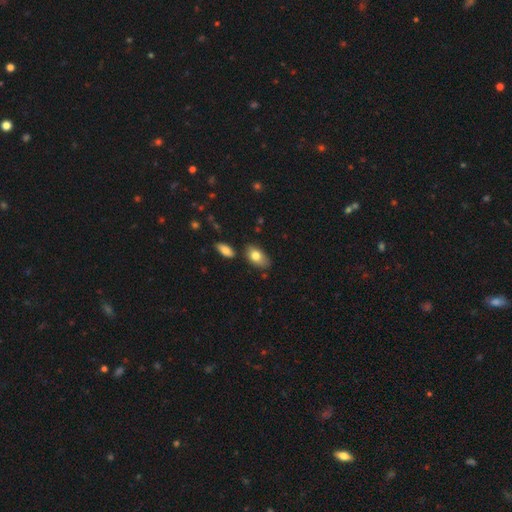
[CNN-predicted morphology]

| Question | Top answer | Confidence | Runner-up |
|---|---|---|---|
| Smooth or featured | smooth | 78% | featured or disk (15%) |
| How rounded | in between | 91% | round (6%) |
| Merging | none | 69% | minor disturbance (20%) |